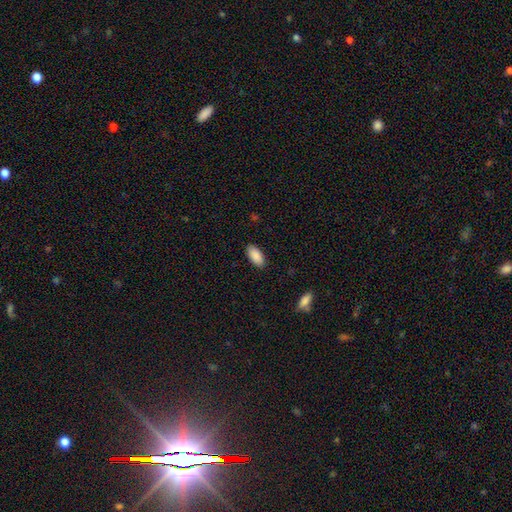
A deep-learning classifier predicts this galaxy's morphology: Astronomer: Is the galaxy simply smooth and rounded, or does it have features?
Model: smooth — 90%.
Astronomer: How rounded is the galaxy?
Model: in between — 92%.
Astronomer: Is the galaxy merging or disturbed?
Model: none — 88%.